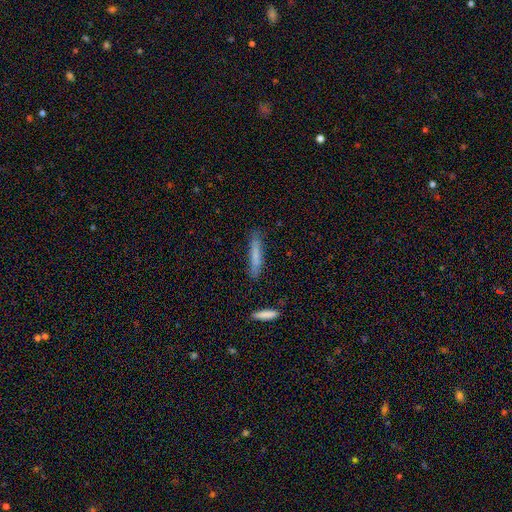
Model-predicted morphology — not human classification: Q: Smooth or featured?
A: smooth (72%); runner-up: featured or disk (21%)
Q: How rounded?
A: cigar-shaped (92%); runner-up: in between (7%)
Q: Merging?
A: none (80%); runner-up: minor disturbance (14%)